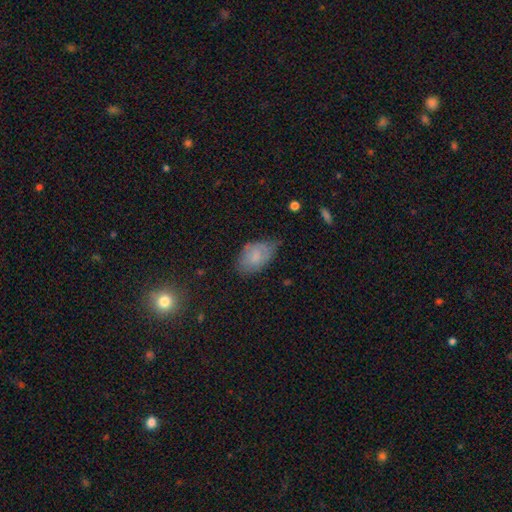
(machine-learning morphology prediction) smooth_or_featured: smooth (p=0.75) [alt: featured or disk p=0.17]
how_rounded: in between (p=0.92) [alt: round p=0.06]
merging: none (p=0.53) [alt: minor disturbance p=0.37]